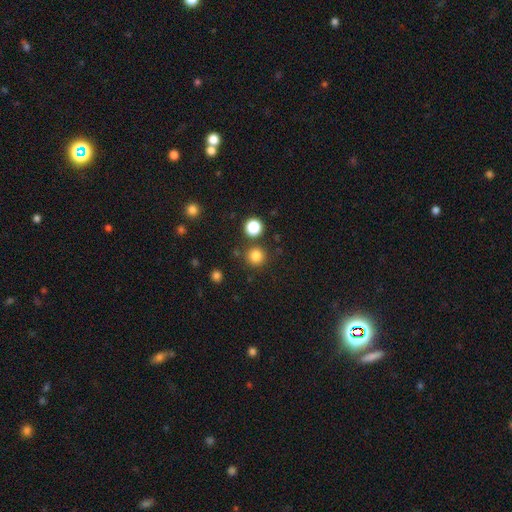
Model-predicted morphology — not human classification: Smooth or featured: smooth — 81% (star or artifact — 14%)
How rounded: round — 94% (in between — 5%)
Merging: none — 85% (minor disturbance — 7%)